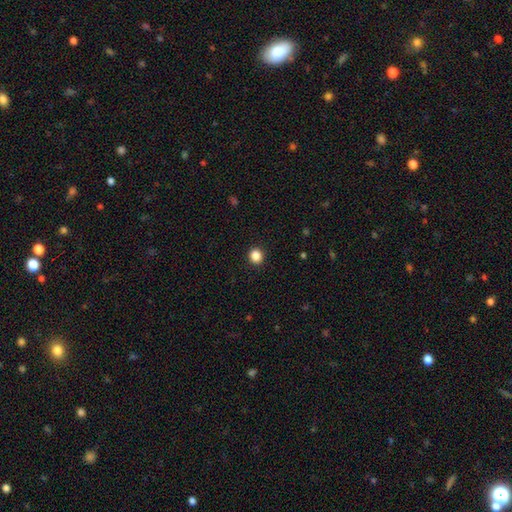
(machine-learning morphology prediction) Smooth or featured?
  - smooth: 86% *
  - star or artifact: 11%
  - featured or disk: 3%
How rounded?
  - round: 86% *
  - in between: 13%
  - cigar-shaped: 1%
Merging?
  - none: 93% *
  - minor disturbance: 5%
  - major disturbance: 2%
  - merger: 1%